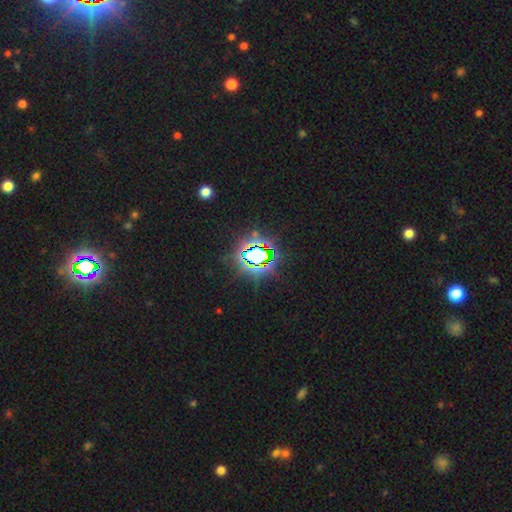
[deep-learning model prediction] Overall: star or artifact (76%).